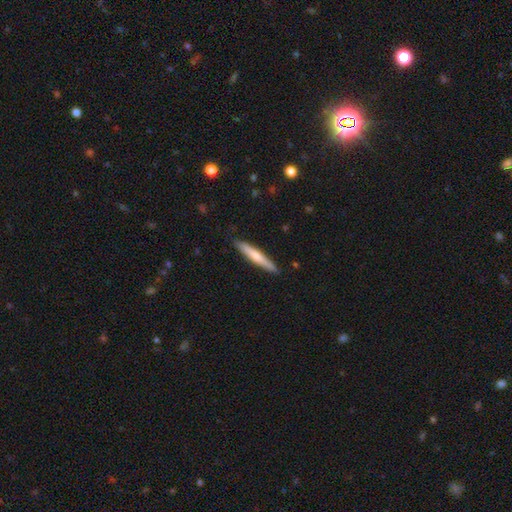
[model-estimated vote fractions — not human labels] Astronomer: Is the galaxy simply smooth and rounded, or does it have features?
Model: smooth — 60% (runner-up: featured or disk, 35%).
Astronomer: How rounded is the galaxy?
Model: cigar-shaped — 94%.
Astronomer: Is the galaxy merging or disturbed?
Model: none — 89%.